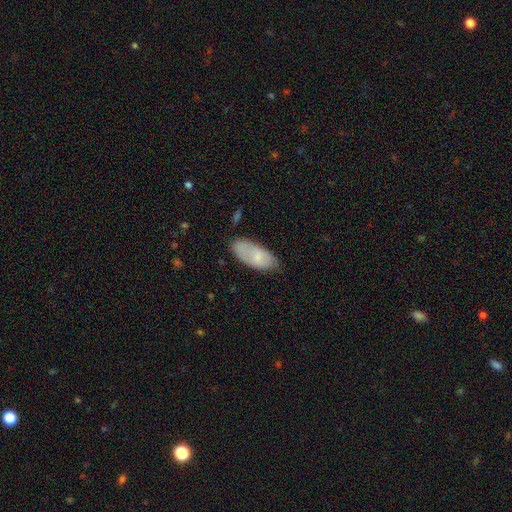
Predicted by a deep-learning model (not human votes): Q: Smooth or featured?
A: smooth (69%); runner-up: featured or disk (25%)
Q: How rounded?
A: in between (89%); runner-up: cigar-shaped (9%)
Q: Merging?
A: none (68%); runner-up: minor disturbance (24%)